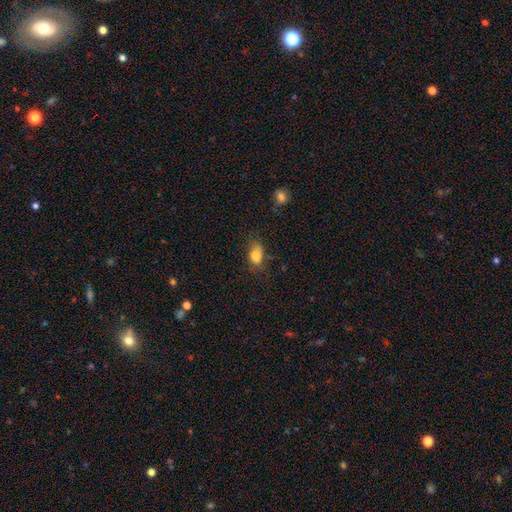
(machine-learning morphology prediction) Smooth or featured: smooth — 83% (star or artifact — 10%)
How rounded: in between — 83% (round — 14%)
Merging: none — 57% (minor disturbance — 28%)